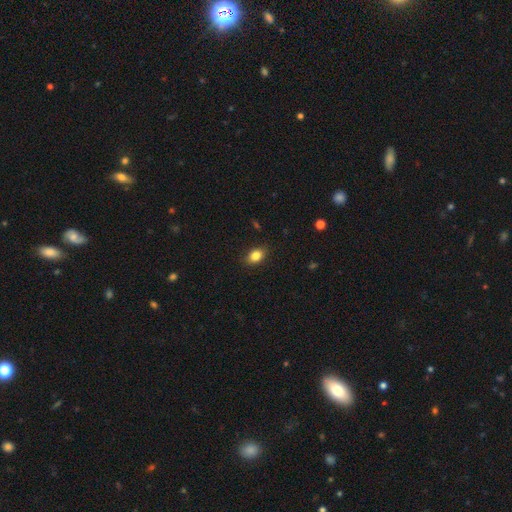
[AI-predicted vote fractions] Smooth or featured? smooth (84%)
How rounded? in between (77%)
Merging? none (86%)